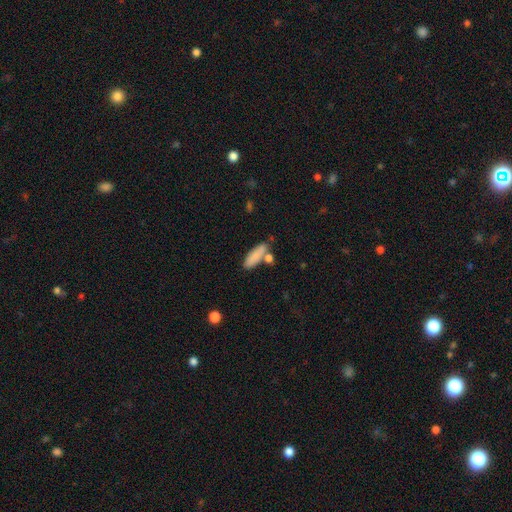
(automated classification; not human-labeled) A smooth galaxy with no disk features (84%) that is in between round and cigar-shaped (52%).

Vote fractions:
- Smooth or featured? smooth: 84% / featured or disk: 9% / star or artifact: 7%
- How rounded? in between: 52% / cigar-shaped: 45% / round: 3%
- Merging? none: 67% / merger: 15% / minor disturbance: 14% / major disturbance: 4%